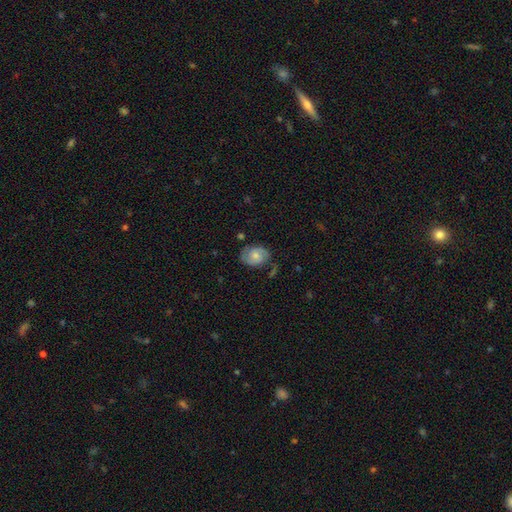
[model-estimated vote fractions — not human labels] A featured or disk galaxy (59%) with no bar (64%), 2 (82%) medium (44%) spiral arms (88%) and a small central bulge (47%). Merging: none (66%).